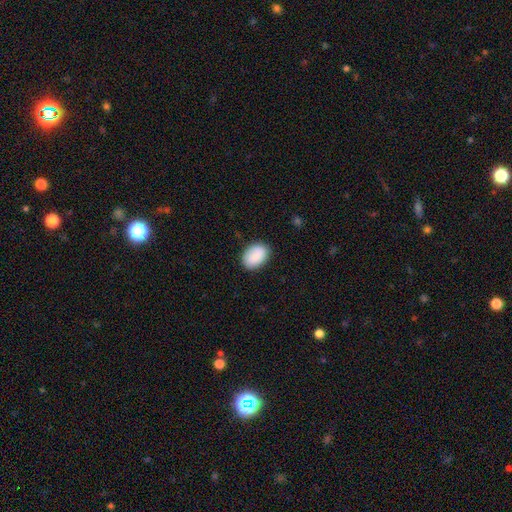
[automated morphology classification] smooth-or-featured: smooth: 88% | star or artifact: 6% | featured or disk: 6%
  how-rounded: in between: 83% | round: 16% | cigar-shaped: 1%
  merging: none: 84% | minor disturbance: 12% | major disturbance: 3% | merger: 1%